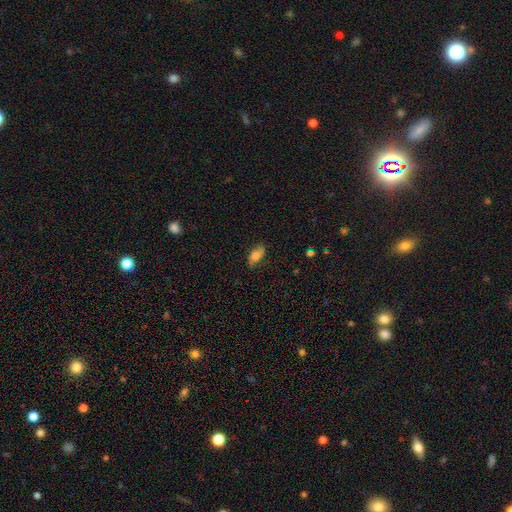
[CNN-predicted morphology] type=smooth (68%); roundness=in between (87%); merging=none (77%).